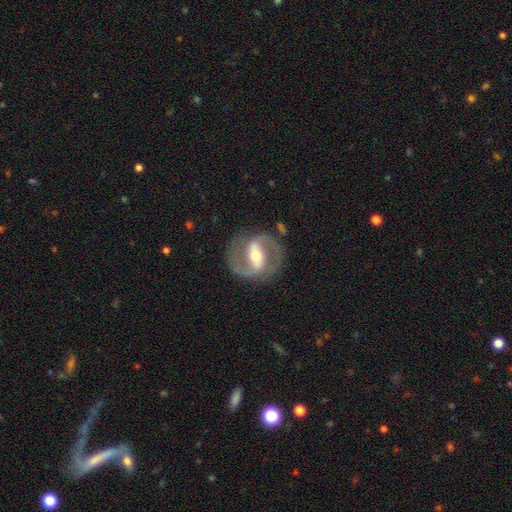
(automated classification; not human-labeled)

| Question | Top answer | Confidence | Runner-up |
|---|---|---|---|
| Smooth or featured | featured or disk | 89% | smooth (7%) |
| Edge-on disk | no | 97% | yes (3%) |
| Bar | strong | 62% | weak (27%) |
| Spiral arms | yes | 94% | no (6%) |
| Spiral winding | medium | 58% | tight (26%) |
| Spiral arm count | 2 | 92% | can't tell (3%) |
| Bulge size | moderate | 61% | small (30%) |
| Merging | none | 83% | minor disturbance (10%) |